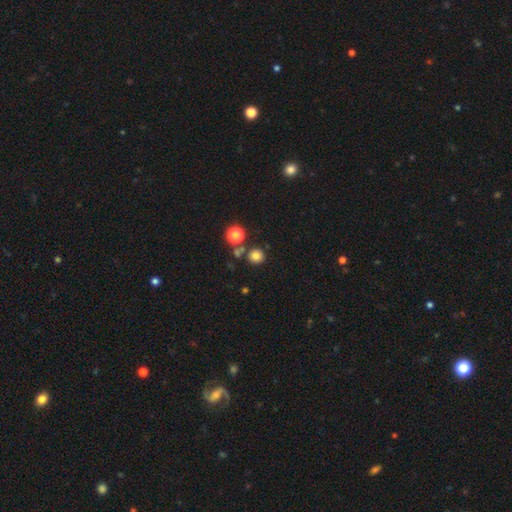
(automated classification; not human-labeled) smooth-or-featured: smooth: 80% | star or artifact: 15% | featured or disk: 6%
  how-rounded: round: 92% | in between: 8% | cigar-shaped: 1%
  merging: none: 78% | merger: 12% | minor disturbance: 7% | major disturbance: 3%